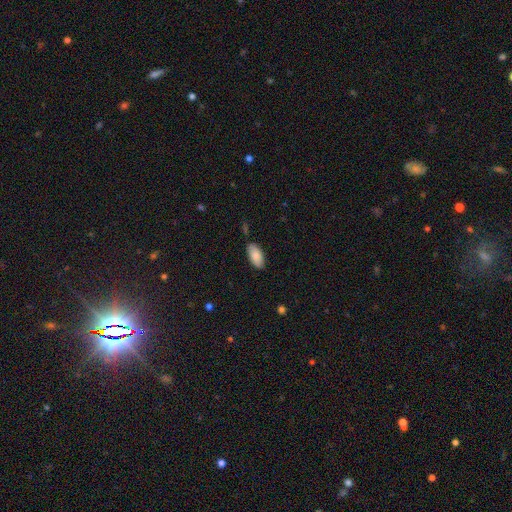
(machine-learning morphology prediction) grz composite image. It shows a smooth galaxy with no disk features (84%) that is in between round and cigar-shaped (93%). Merging: none (84%).